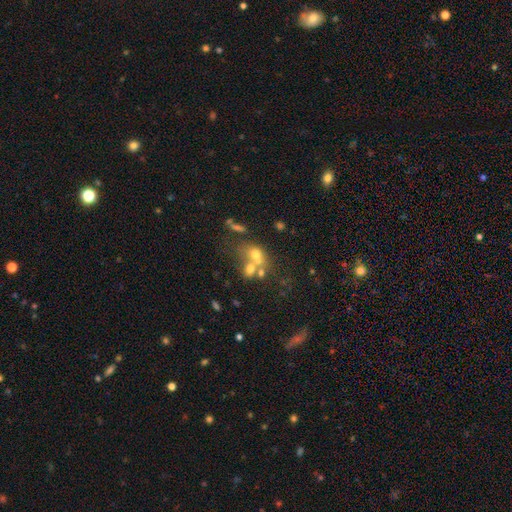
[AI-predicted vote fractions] A smooth galaxy with no disk features (48%).

Vote fractions:
- Smooth or featured? smooth: 48% / featured or disk: 31% / star or artifact: 21%
- Merging? merger: 54% / none: 29% / minor disturbance: 9% / major disturbance: 8%